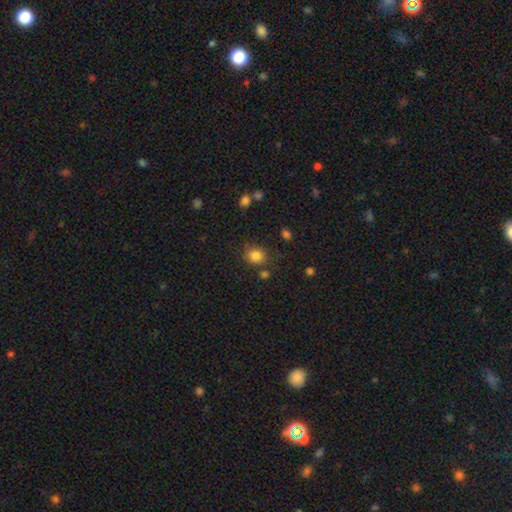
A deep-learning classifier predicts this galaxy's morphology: type=smooth (83%); roundness=round (67%); merging=none (74%).